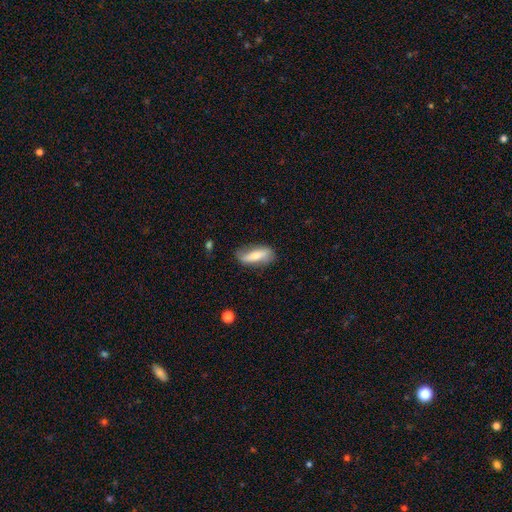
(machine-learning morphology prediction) smooth_or_featured: smooth (p=0.49) [alt: featured or disk p=0.45]
merging: none (p=0.72) [alt: minor disturbance p=0.21]